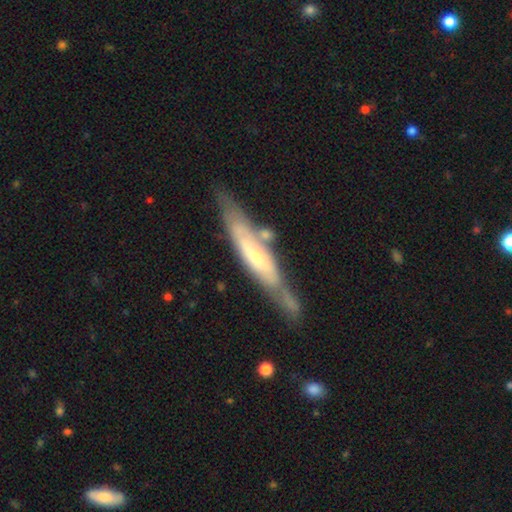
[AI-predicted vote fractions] This appears to be a featured or disk galaxy (66%) viewed edge-on (63%). Merging: none (60%).